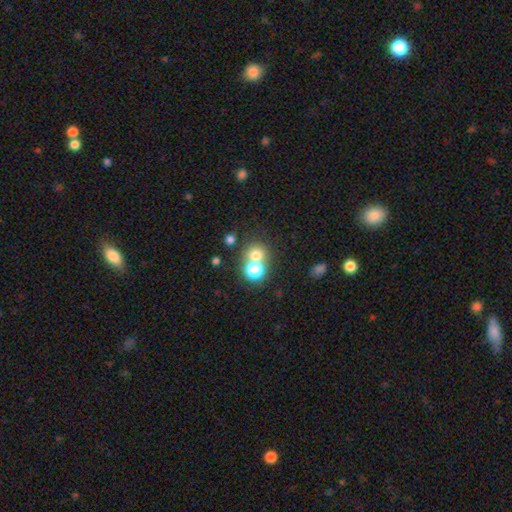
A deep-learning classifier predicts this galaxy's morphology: smooth-or-featured: smooth: 70% | star or artifact: 18% | featured or disk: 11%
  how-rounded: round: 84% | in between: 15% | cigar-shaped: 1%
  merging: none: 49% | merger: 42% | minor disturbance: 6% | major disturbance: 3%